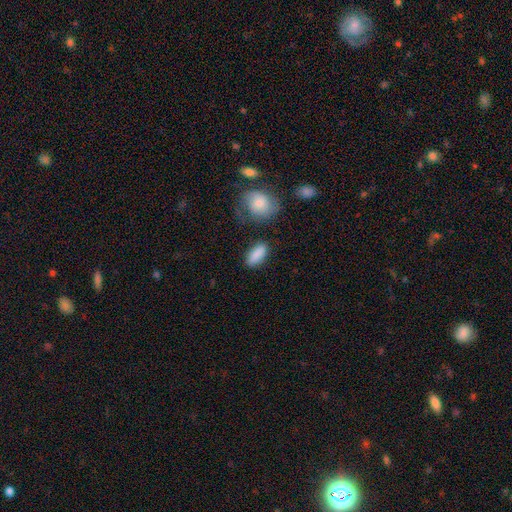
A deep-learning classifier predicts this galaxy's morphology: A smooth galaxy with no disk features (88%) that is in between round and cigar-shaped (85%). Merging: none (79%).